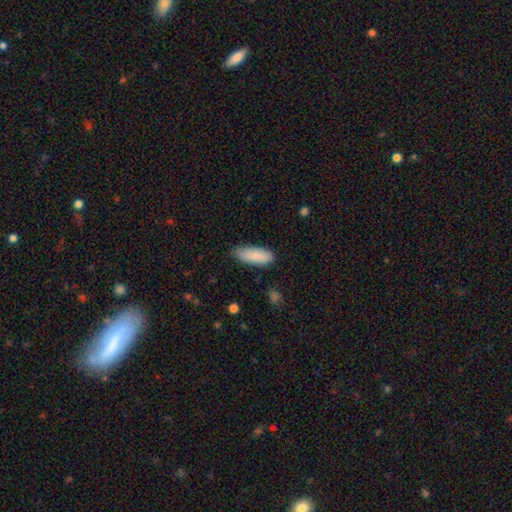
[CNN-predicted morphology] smooth_or_featured: smooth (p=0.87) [alt: featured or disk p=0.08]
how_rounded: in between (p=0.73) [alt: cigar-shaped p=0.25]
merging: none (p=0.79) [alt: minor disturbance p=0.17]